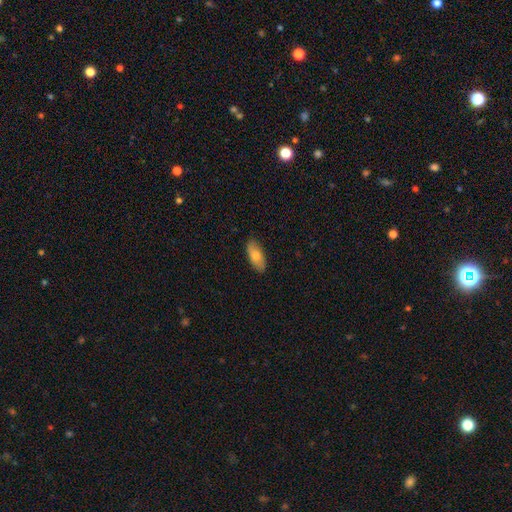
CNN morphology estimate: A smooth galaxy with no disk features (76%) that is in between round and cigar-shaped (85%). Merging: none (86%).